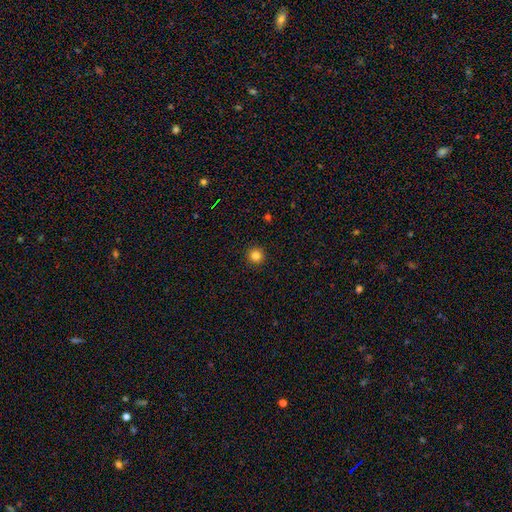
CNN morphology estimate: The model was most divided on "smooth or featured": smooth: 82%, star or artifact: 13%, featured or disk: 5%. More confident: how rounded — round (96%); merging — none (93%).